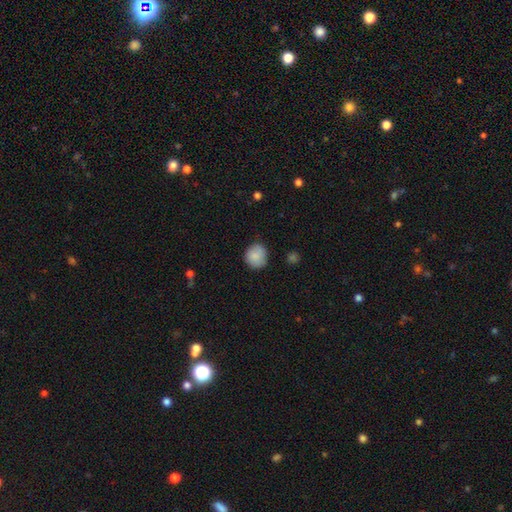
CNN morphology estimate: smooth 84%, featured or disk 9%, star or artifact 7%. Down the decision tree: how rounded — round (85%); merging — none (75%).